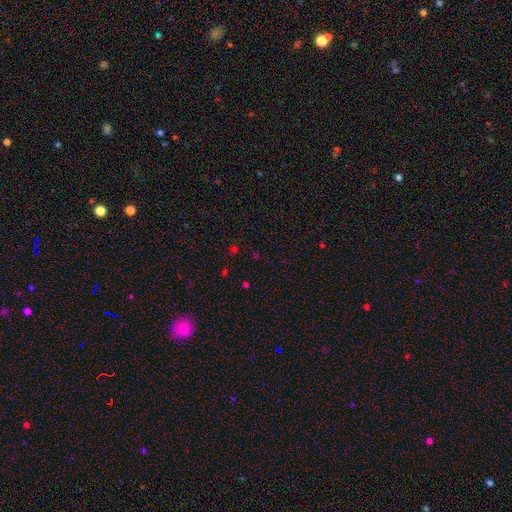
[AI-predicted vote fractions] Smooth or featured? Predicted: star or artifact (p=0.53).